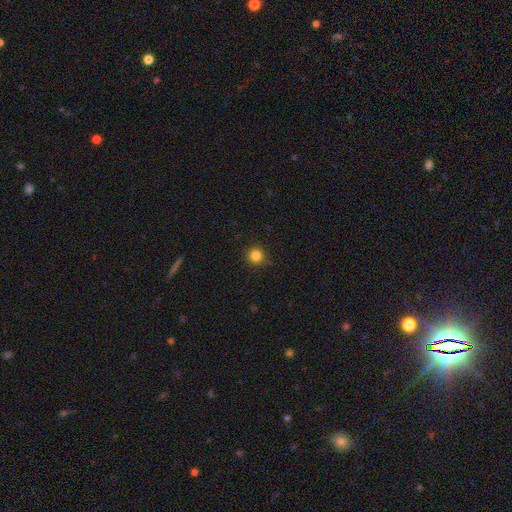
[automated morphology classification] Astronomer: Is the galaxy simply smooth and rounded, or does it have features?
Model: smooth — 83%.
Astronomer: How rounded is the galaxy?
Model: round — 95%.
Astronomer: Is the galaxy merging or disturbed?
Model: none — 90%.